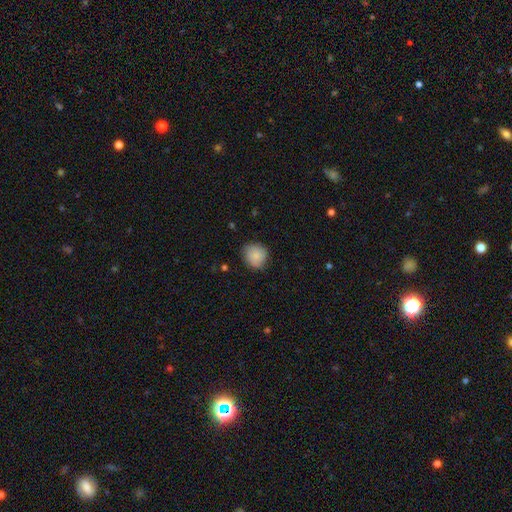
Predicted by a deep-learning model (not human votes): Smooth or featured? Predicted: smooth (p=0.80). How rounded? Predicted: round (p=0.84). Merging? Predicted: none (p=0.74).